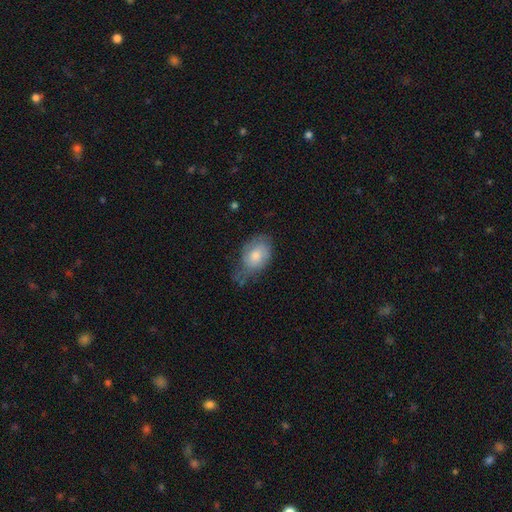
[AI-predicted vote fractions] A smooth galaxy with no disk features (61%) that is in between round and cigar-shaped (82%). Merging: none (43%).